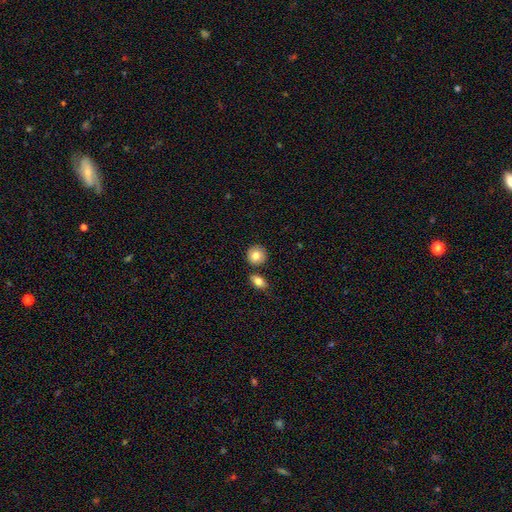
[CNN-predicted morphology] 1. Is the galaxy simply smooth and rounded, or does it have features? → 82% smooth, 11% featured or disk, 8% star or artifact.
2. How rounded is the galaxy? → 86% round, 13% in between, 1% cigar-shaped.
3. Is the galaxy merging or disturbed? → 80% none, 10% merger, 9% minor disturbance, 2% major disturbance.